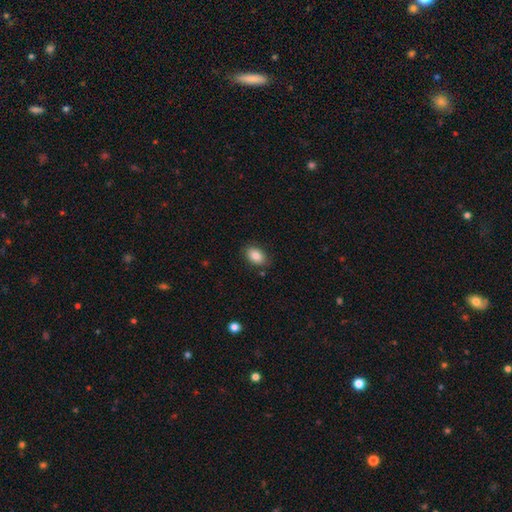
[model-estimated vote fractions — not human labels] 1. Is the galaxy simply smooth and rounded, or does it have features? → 83% smooth, 9% featured or disk, 8% star or artifact.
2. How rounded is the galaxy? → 86% in between, 13% round, 1% cigar-shaped.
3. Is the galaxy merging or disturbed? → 85% none, 11% minor disturbance, 3% major disturbance, 2% merger.